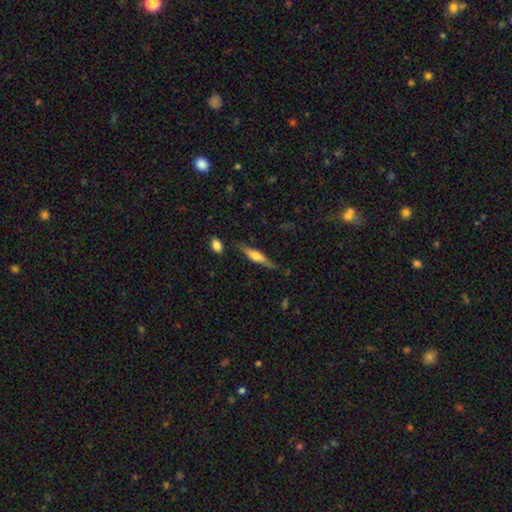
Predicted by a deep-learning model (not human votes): Smooth or featured? featured or disk (58%)
Edge-on disk? yes (95%)
Edge-on bulge? rounded (82%)
Merging? none (80%)